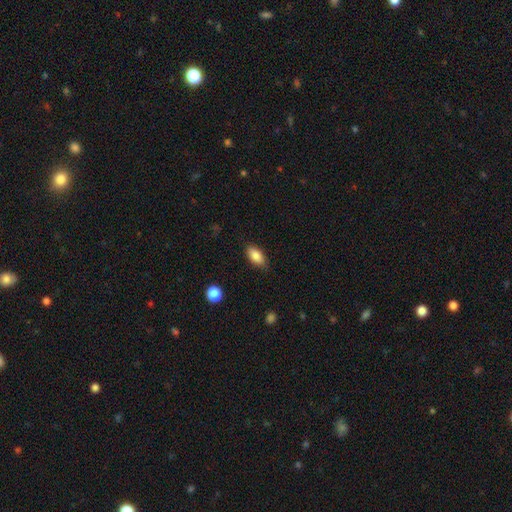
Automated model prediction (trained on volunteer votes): smooth-or-featured: smooth: 86% | star or artifact: 7% | featured or disk: 7%
  how-rounded: in between: 90% | cigar-shaped: 6% | round: 4%
  merging: none: 83% | minor disturbance: 13% | major disturbance: 3% | merger: 1%